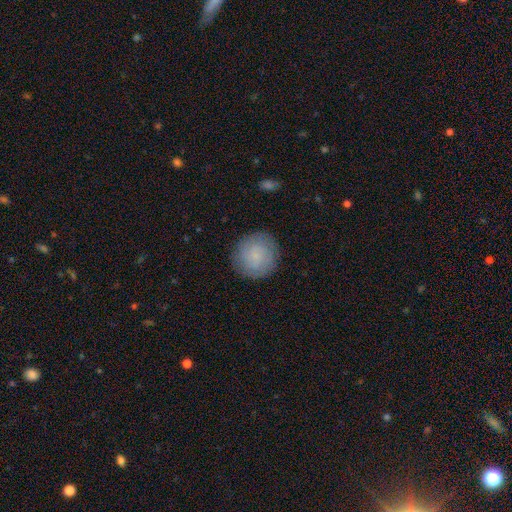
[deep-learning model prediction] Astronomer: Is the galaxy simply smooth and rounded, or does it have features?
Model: smooth — 67%.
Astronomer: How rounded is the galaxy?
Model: round — 91%.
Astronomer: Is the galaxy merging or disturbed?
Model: none — 87%.